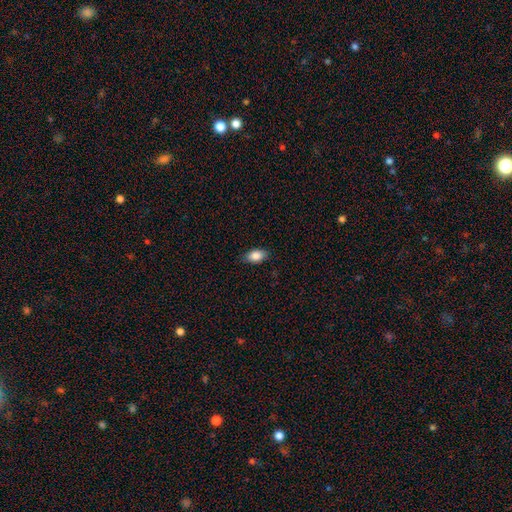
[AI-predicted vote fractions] The model was most divided on "merging": none: 85%, minor disturbance: 12%, major disturbance: 2%, merger: 1%. More confident: how rounded — in between (90%); smooth or featured — smooth (86%).